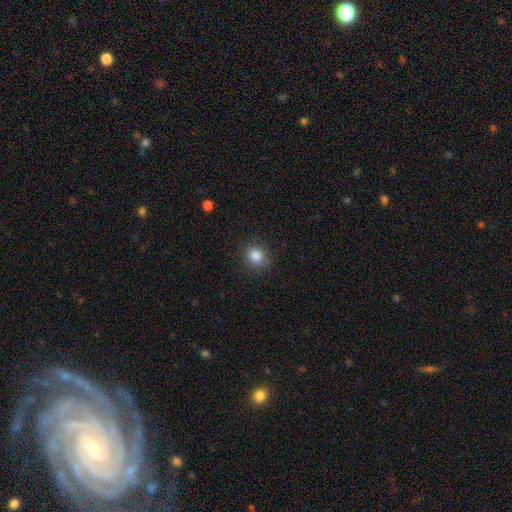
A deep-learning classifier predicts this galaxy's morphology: This appears to be a smooth galaxy with no disk features (86%) that is round (82%). Merging: none (87%).